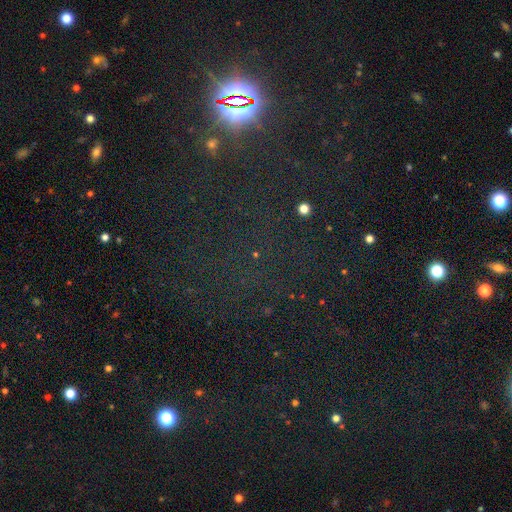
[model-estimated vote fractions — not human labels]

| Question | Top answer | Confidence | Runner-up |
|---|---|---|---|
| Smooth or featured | star or artifact | 77% | smooth (15%) |